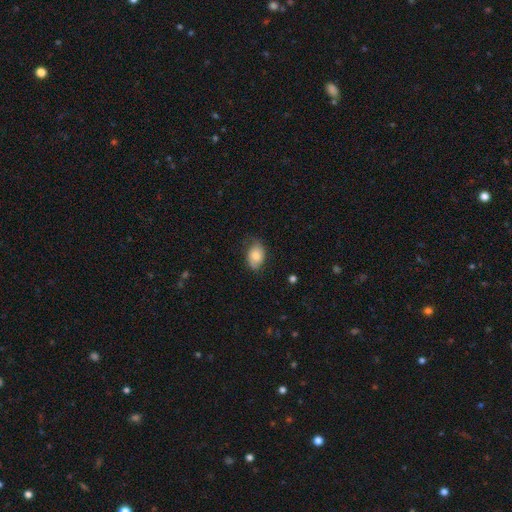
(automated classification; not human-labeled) smooth_or_featured: smooth (p=0.75) [alt: featured or disk p=0.18]
how_rounded: in between (p=0.86) [alt: round p=0.13]
merging: none (p=0.67) [alt: minor disturbance p=0.26]